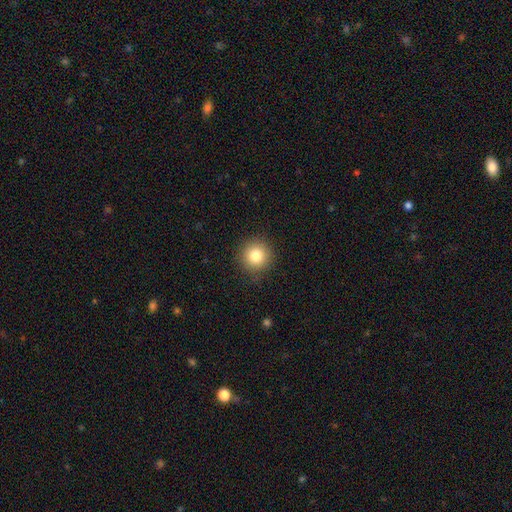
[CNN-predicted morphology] Smooth or featured?
  - smooth: 82% *
  - star or artifact: 11%
  - featured or disk: 7%
How rounded?
  - round: 95% *
  - in between: 4%
  - cigar-shaped: 1%
Merging?
  - none: 90% *
  - minor disturbance: 7%
  - major disturbance: 2%
  - merger: 1%